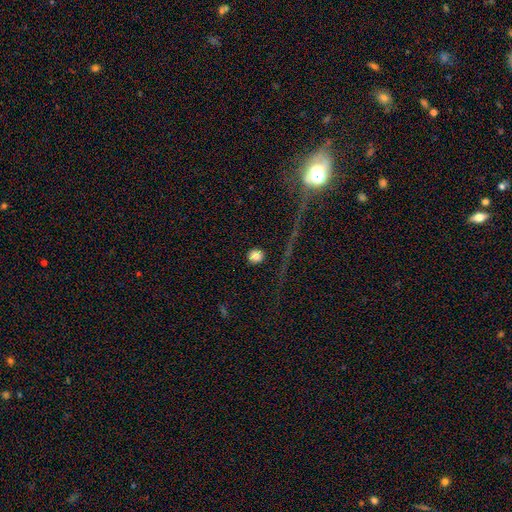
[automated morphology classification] This is likely a smooth galaxy (79%). How rounded: clearly round (86%). Merging: clearly none (87%).